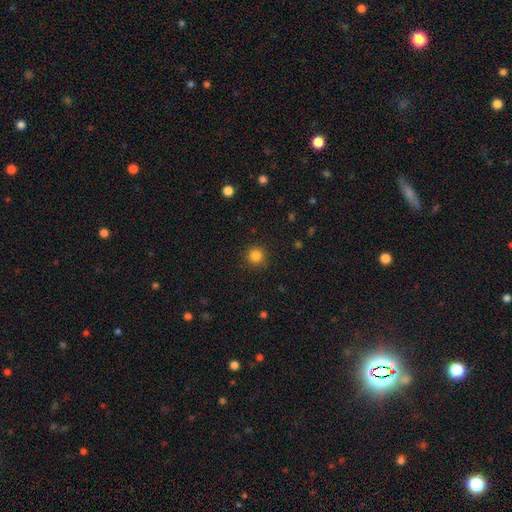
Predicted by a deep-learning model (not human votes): A smooth galaxy with no disk features (84%) that is round (95%).

Vote fractions:
- Smooth or featured? smooth: 84% / star or artifact: 12% / featured or disk: 4%
- How rounded? round: 95% / in between: 4% / cigar-shaped: 1%
- Merging? none: 91% / minor disturbance: 6% / major disturbance: 2% / merger: 1%